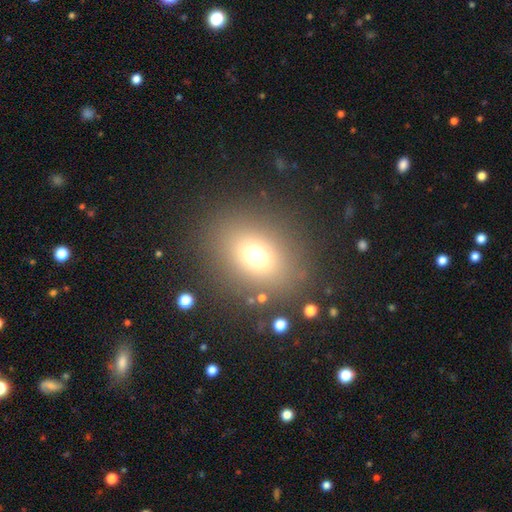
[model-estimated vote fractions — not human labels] Overall: smooth (70%). How rounded: round (50%; in between 49%). Merging: none (84%).